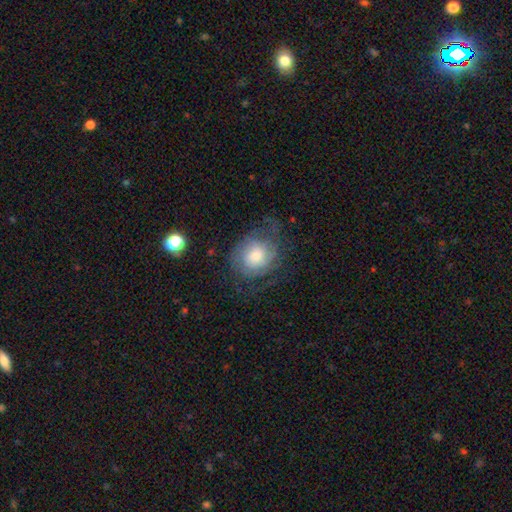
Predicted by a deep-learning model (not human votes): Smooth or featured? featured or disk (61%)
Edge-on disk? no (97%)
Bar? no (72%)
Spiral arms? yes (86%)
Spiral winding? tight (50%)
Spiral arm count? can't tell (39%)
Bulge size? moderate (48%)
Merging? none (61%)